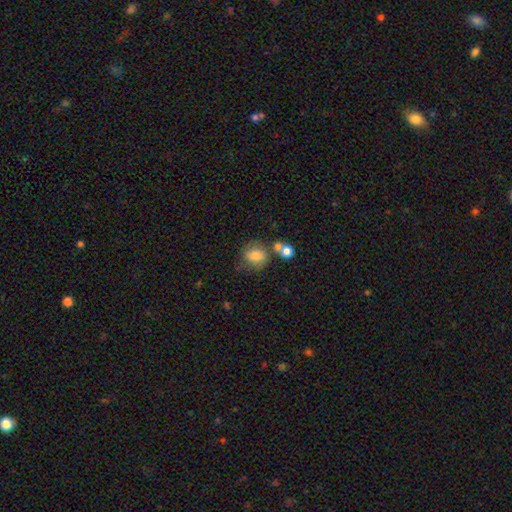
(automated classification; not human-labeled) smooth_or_featured: smooth (p=0.75) [alt: featured or disk p=0.16]
how_rounded: round (p=0.75) [alt: in between p=0.24]
merging: none (p=0.55) [alt: merger p=0.20]